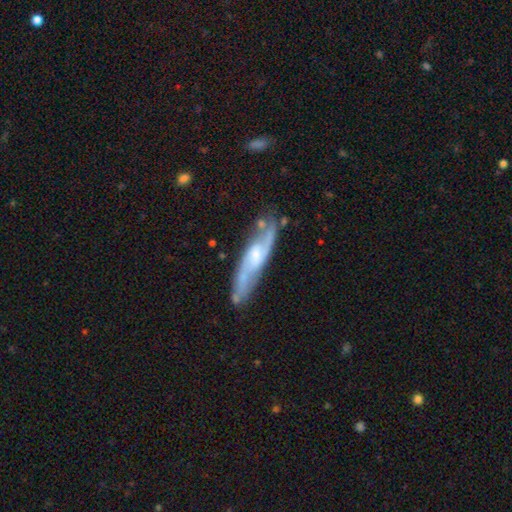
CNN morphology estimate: Overall: featured or disk (75%). Edge-on disk: no (66%; yes 34%). Merging: none (70%).